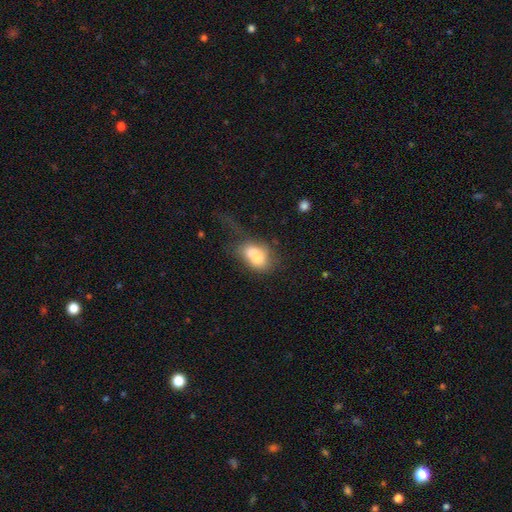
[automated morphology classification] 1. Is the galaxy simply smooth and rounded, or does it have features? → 66% smooth, 25% featured or disk, 9% star or artifact.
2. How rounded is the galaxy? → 76% in between, 22% round, 2% cigar-shaped.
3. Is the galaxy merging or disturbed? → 47% merger, 21% none, 18% major disturbance, 15% minor disturbance.